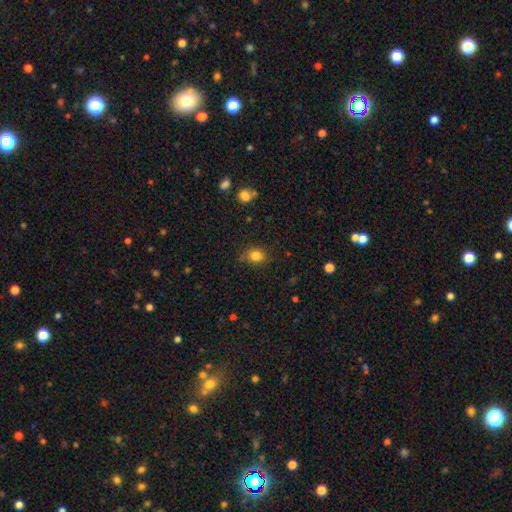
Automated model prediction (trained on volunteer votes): The model was most divided on "how rounded": round: 75%, in between: 24%, cigar-shaped: 1%. More confident: smooth or featured — smooth (82%); merging — none (79%).